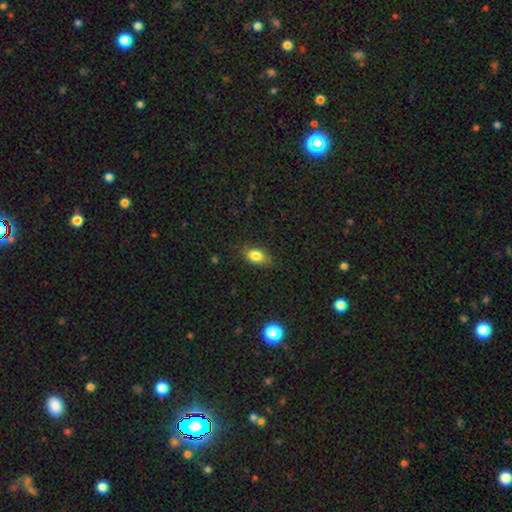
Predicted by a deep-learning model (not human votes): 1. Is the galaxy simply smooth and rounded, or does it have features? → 82% smooth, 10% star or artifact, 9% featured or disk.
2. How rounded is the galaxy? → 82% in between, 14% round, 4% cigar-shaped.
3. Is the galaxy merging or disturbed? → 79% none, 16% minor disturbance, 4% major disturbance, 1% merger.